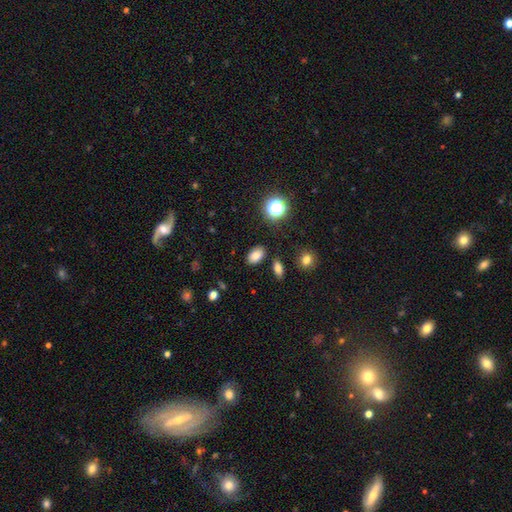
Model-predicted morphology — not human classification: Overall: smooth (79%). How rounded: in between (87%). Merging: none (84%).